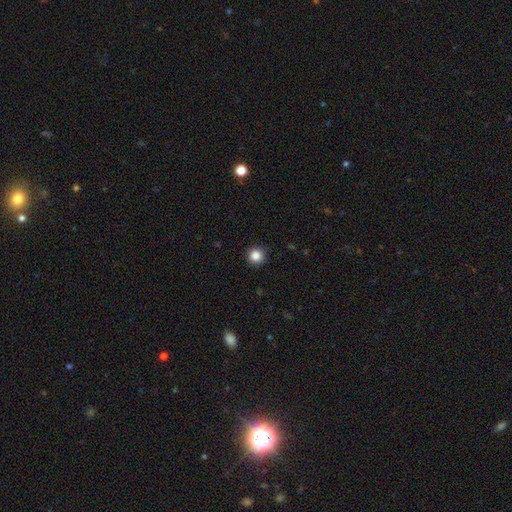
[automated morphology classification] A smooth galaxy with no disk features (86%) that is round (95%). Merging: none (92%).